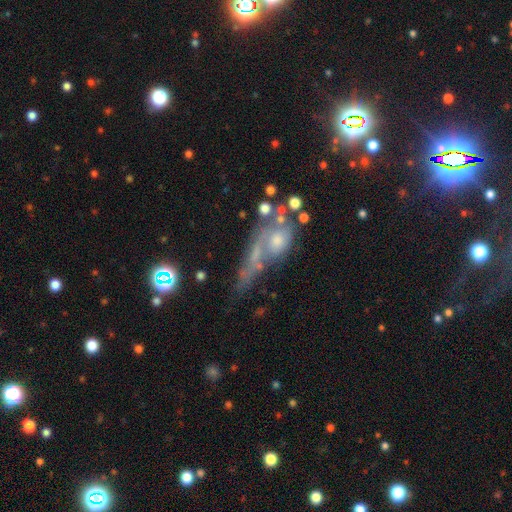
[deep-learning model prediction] smooth-or-featured: featured or disk: 51% | smooth: 34% | star or artifact: 16%
  disk-edge-on: no: 77% | yes: 23%
  merging: none: 32% | major disturbance: 31% | minor disturbance: 20% | merger: 18%